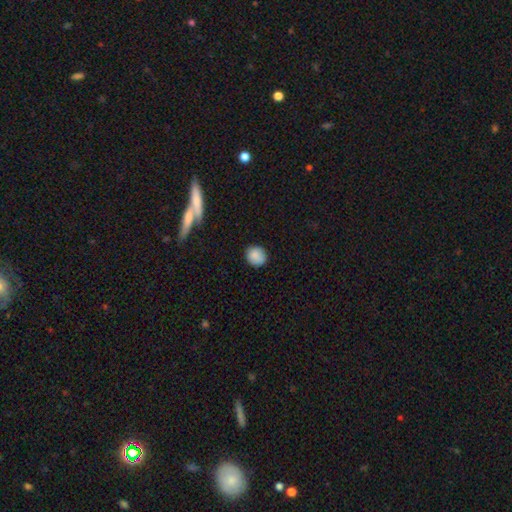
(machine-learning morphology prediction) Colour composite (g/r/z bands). It shows a smooth galaxy with no disk features (86%) that is round (86%). Merging: none (87%).